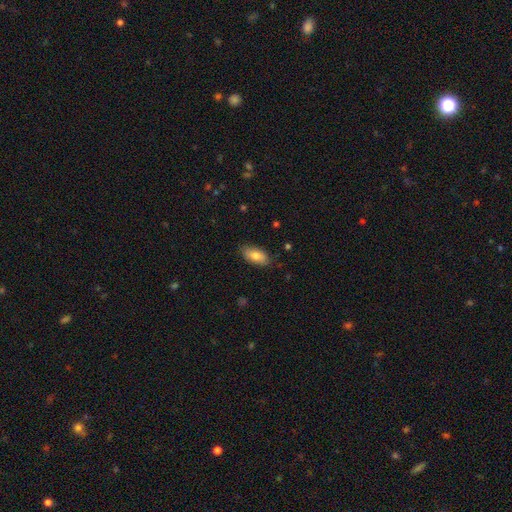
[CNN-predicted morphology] This is likely a smooth galaxy (79%). How rounded: clearly in between (90%). Merging: clearly none (85%).